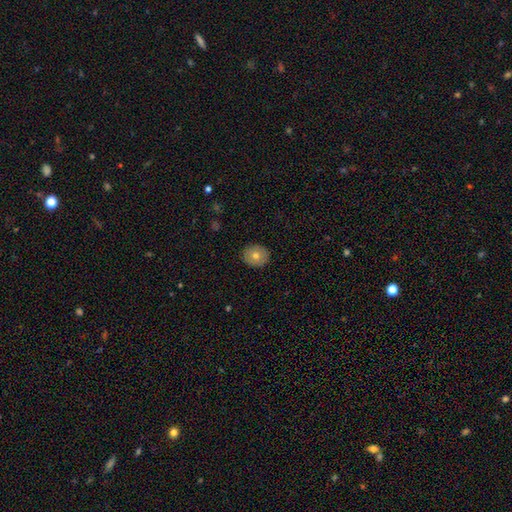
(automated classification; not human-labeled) Overall: smooth (70%). How rounded: round (79%). Merging: none (90%).